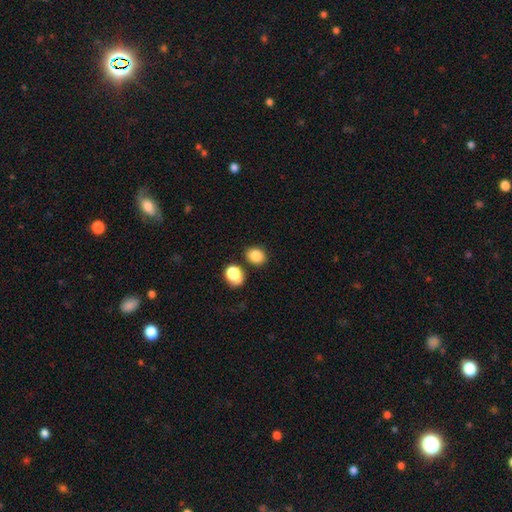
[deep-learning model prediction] Smooth or featured? Predicted: smooth (p=0.83). How rounded? Predicted: round (p=0.51). Merging? Predicted: none (p=0.80).